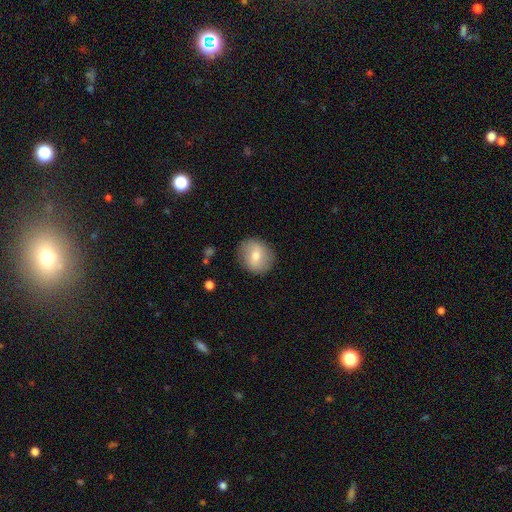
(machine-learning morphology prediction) smooth-or-featured: smooth: 65% | featured or disk: 27% | star or artifact: 8%
  how-rounded: round: 77% | in between: 22% | cigar-shaped: 1%
  merging: none: 86% | minor disturbance: 10% | major disturbance: 3% | merger: 1%